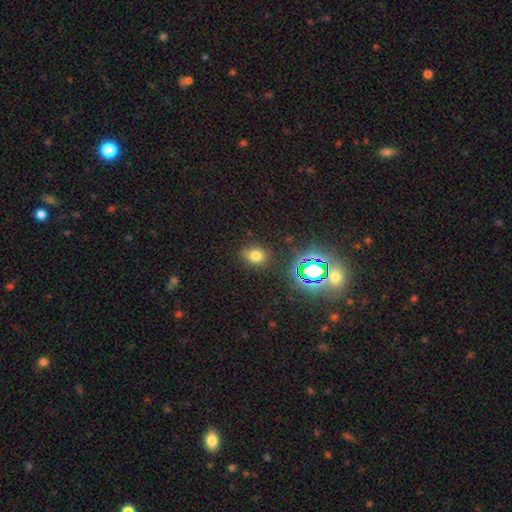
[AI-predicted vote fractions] This is likely a smooth galaxy (71%). How rounded: possibly in between (51%). Merging: clearly none (84%).